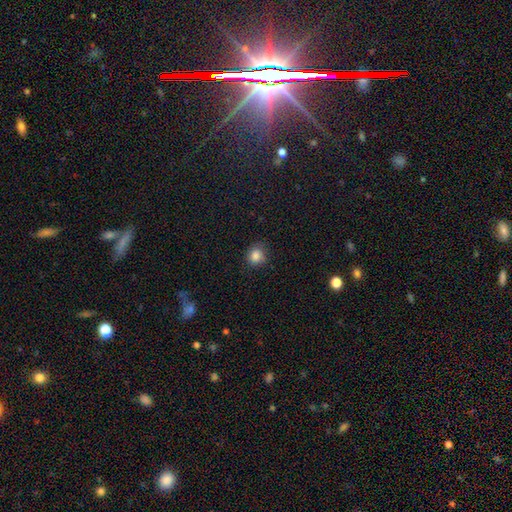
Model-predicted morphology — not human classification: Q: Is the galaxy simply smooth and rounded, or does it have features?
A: smooth — 84%.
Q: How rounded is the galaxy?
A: round — 79%.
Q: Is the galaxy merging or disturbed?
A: none — 77%.